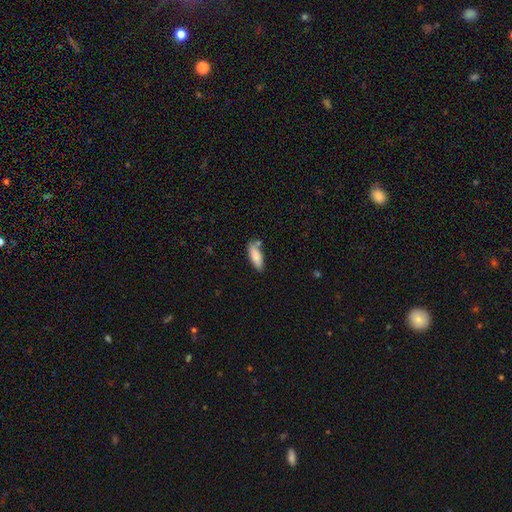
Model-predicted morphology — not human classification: The model was most divided on "how rounded": in between: 61%, cigar-shaped: 37%, round: 2%. More confident: smooth or featured — smooth (84%); merging — none (73%).